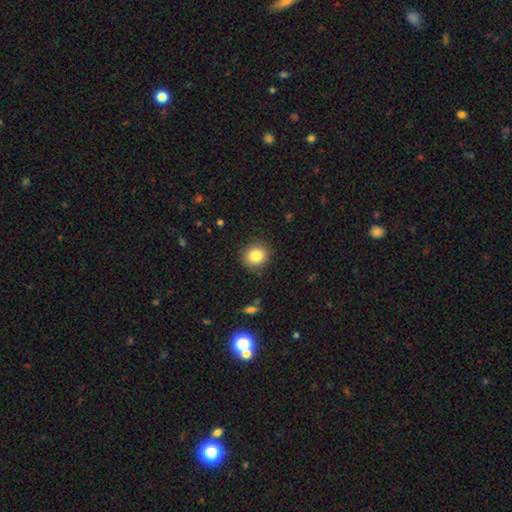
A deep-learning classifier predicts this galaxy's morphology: Smooth or featured?
  - smooth: 85% *
  - star or artifact: 10%
  - featured or disk: 6%
How rounded?
  - round: 85% *
  - in between: 14%
  - cigar-shaped: 1%
Merging?
  - none: 89% *
  - minor disturbance: 8%
  - major disturbance: 2%
  - merger: 1%